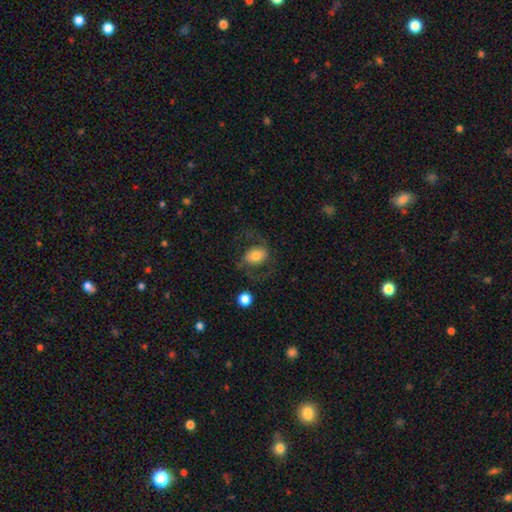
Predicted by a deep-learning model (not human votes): A smooth galaxy with no disk features (47%). Merging: none (59%).